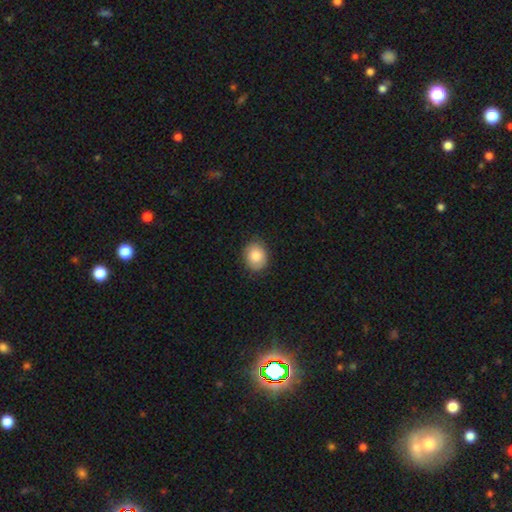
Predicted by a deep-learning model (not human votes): A smooth galaxy with no disk features (85%) that is round (56%).

Vote fractions:
- Smooth or featured? smooth: 85% / featured or disk: 8% / star or artifact: 8%
- How rounded? round: 56% / in between: 43% / cigar-shaped: 1%
- Merging? none: 86% / minor disturbance: 11% / major disturbance: 2% / merger: 1%